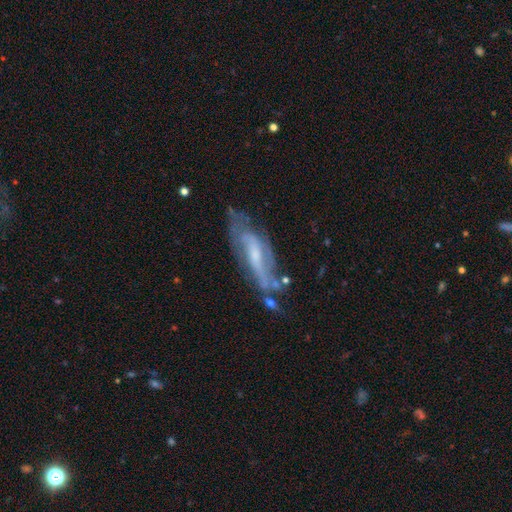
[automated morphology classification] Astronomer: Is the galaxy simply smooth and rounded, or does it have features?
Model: featured or disk — 73%.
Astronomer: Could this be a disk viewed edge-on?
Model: no — 74%.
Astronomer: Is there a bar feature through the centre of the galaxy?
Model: weak — 46% (runner-up: no, 31%).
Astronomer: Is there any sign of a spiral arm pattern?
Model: yes — 80%.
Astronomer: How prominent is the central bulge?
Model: small — 52% (runner-up: moderate, 36%).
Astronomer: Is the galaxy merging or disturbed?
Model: none — 57%.